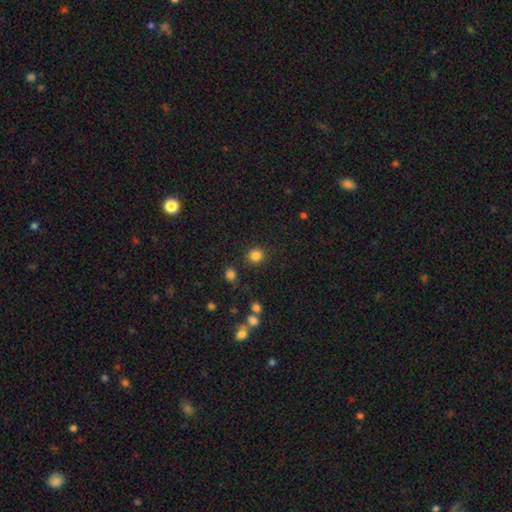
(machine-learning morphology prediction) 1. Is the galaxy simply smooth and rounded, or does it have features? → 83% smooth, 12% star or artifact, 4% featured or disk.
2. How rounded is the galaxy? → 88% round, 11% in between, 1% cigar-shaped.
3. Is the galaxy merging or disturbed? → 87% none, 7% minor disturbance, 3% merger, 3% major disturbance.